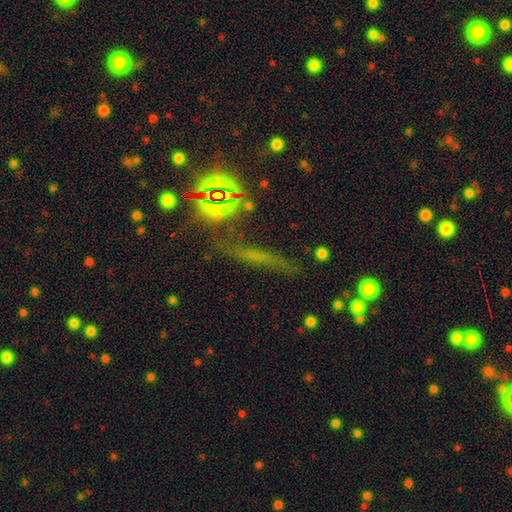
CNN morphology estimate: Overall: star or artifact (41%; smooth 35%).